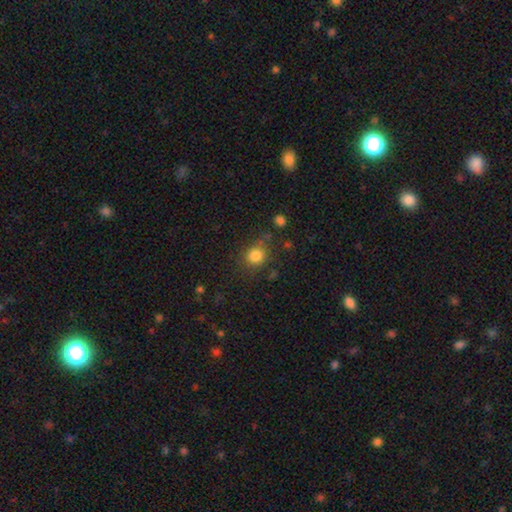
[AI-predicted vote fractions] Morphology: type=smooth (83%); roundness=round (87%); merging=none (78%).